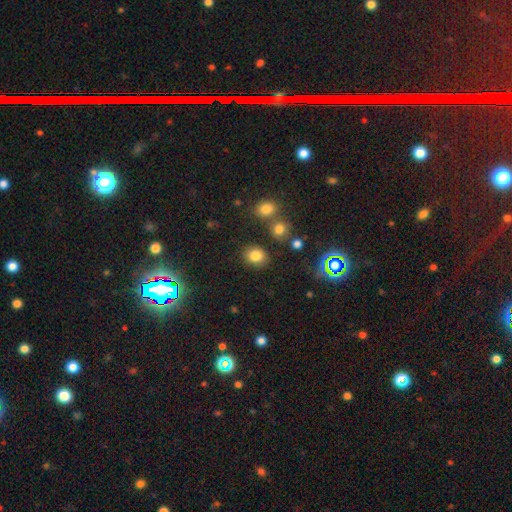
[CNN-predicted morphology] Smooth or featured? Predicted: smooth (p=0.80). How rounded? Predicted: round (p=0.58). Merging? Predicted: none (p=0.82).